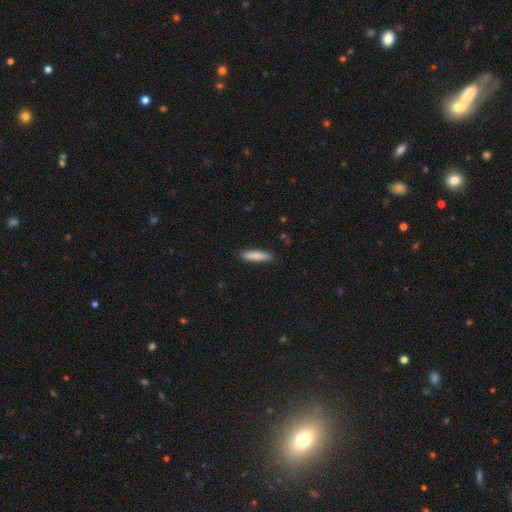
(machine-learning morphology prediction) Smooth or featured? Predicted: smooth (p=0.86). How rounded? Predicted: cigar-shaped (p=0.76). Merging? Predicted: none (p=0.87).